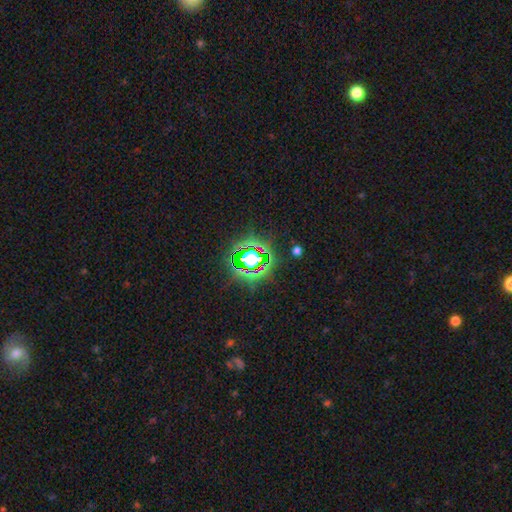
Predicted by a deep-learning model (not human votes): Smooth or featured?
  - star or artifact: 76% *
  - smooth: 14%
  - featured or disk: 10%